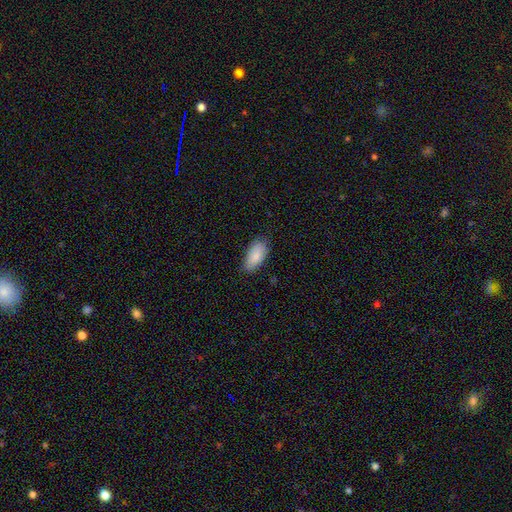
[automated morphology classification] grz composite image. It shows a smooth galaxy with no disk features (86%) that is in between round and cigar-shaped (91%). Merging: none (75%).